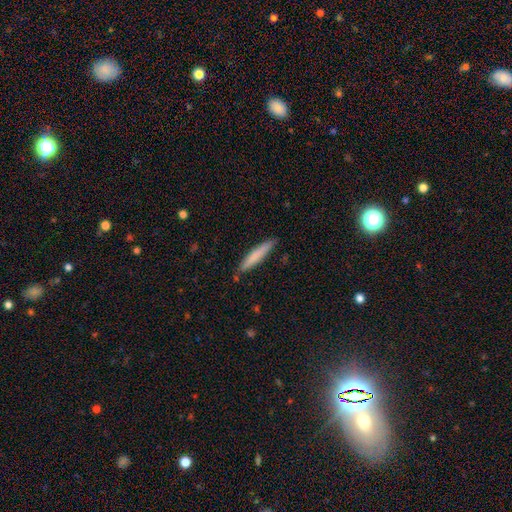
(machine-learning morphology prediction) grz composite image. It shows a smooth galaxy with no disk features (75%) that is cigar-shaped (93%). Merging: none (86%).